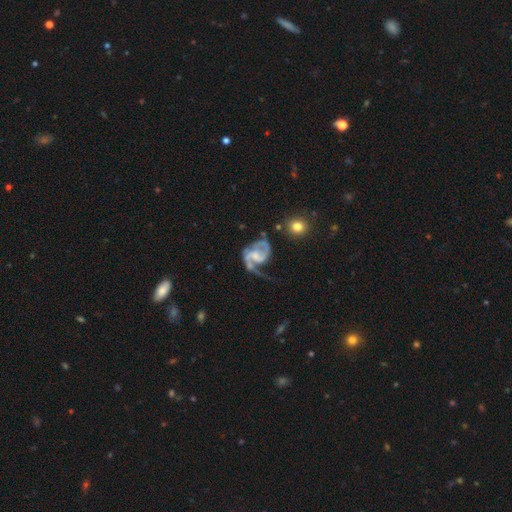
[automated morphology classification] Q: Smooth or featured?
A: featured or disk (89%); runner-up: smooth (6%)
Q: Edge-on disk?
A: no (98%); runner-up: yes (2%)
Q: Bar?
A: weak (46%); runner-up: no (39%)
Q: Spiral arms?
A: yes (97%); runner-up: no (3%)
Q: Spiral winding?
A: medium (53%); runner-up: loose (26%)
Q: Spiral arm count?
A: 2 (82%); runner-up: 1 (9%)
Q: Bulge size?
A: small (41%); runner-up: moderate (30%)
Q: Merging?
A: none (39%); runner-up: major disturbance (33%)